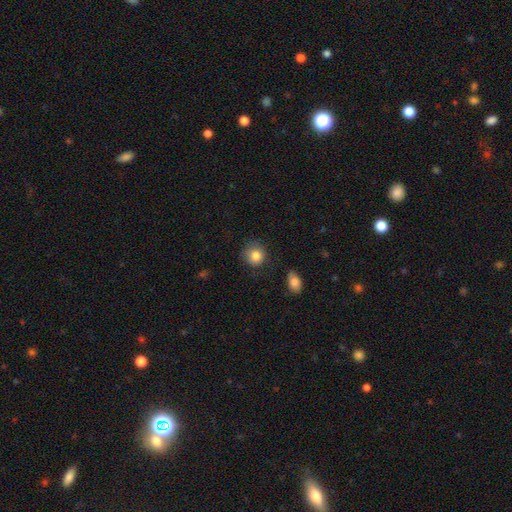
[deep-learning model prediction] smooth 83%, star or artifact 9%, featured or disk 8%. Down the decision tree: how rounded — round (85%); merging — none (72%).